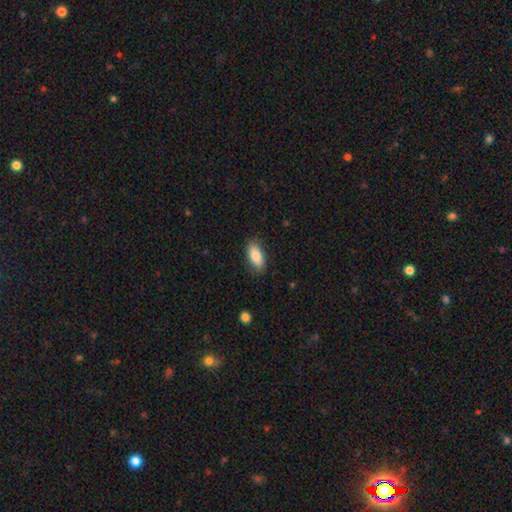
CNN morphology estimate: Q: Smooth or featured?
A: smooth (83%); runner-up: featured or disk (11%)
Q: How rounded?
A: in between (86%); runner-up: cigar-shaped (11%)
Q: Merging?
A: none (82%); runner-up: minor disturbance (14%)